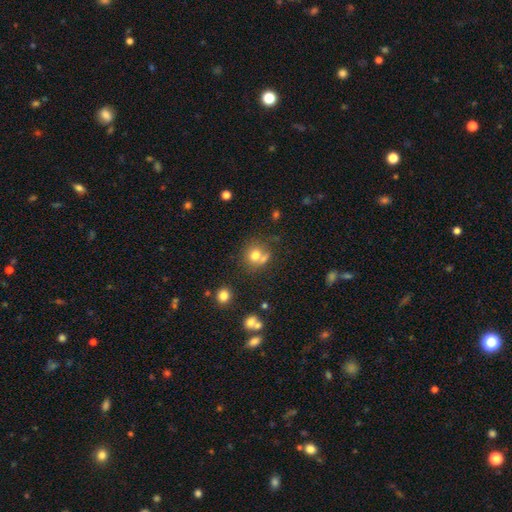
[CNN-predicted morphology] A smooth galaxy with no disk features (74%) that is round (82%).

Vote fractions:
- Smooth or featured? smooth: 74% / featured or disk: 13% / star or artifact: 13%
- How rounded? round: 82% / in between: 18% / cigar-shaped: 1%
- Merging? none: 50% / merger: 29% / minor disturbance: 14% / major disturbance: 7%